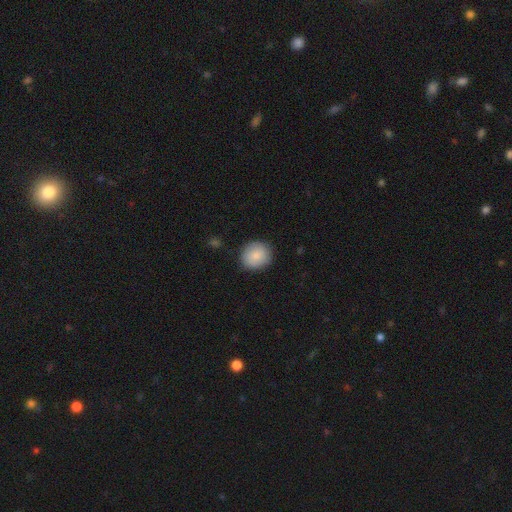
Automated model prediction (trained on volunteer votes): A smooth galaxy with no disk features (86%) that is round (79%). Merging: none (87%).